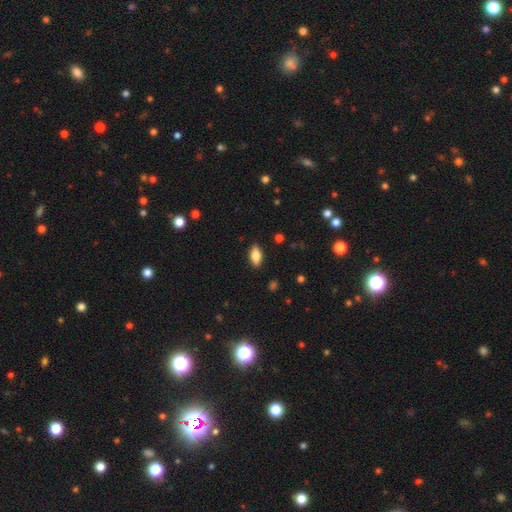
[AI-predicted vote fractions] Q: Smooth or featured?
A: smooth (77%); runner-up: featured or disk (15%)
Q: How rounded?
A: in between (86%); runner-up: cigar-shaped (11%)
Q: Merging?
A: none (87%); runner-up: minor disturbance (10%)